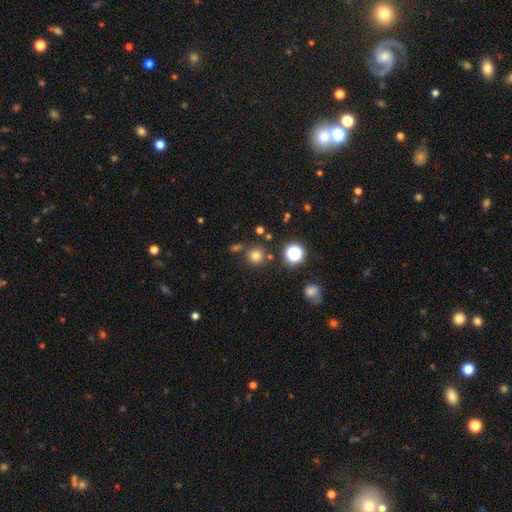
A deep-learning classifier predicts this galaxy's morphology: smooth 76%, star or artifact 18%, featured or disk 6%. Down the decision tree: how rounded — round (94%); merging — none (81%).